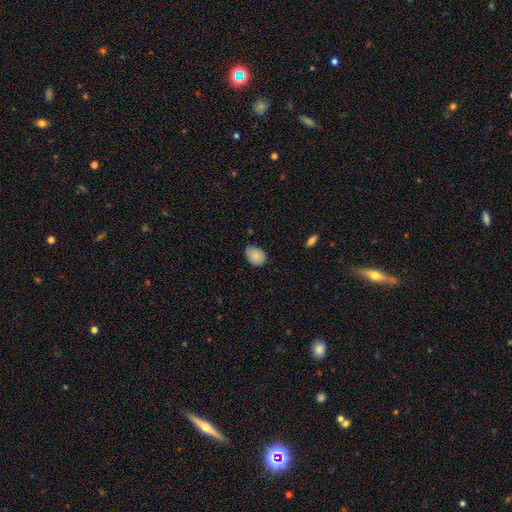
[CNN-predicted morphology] Q: Smooth or featured?
A: smooth (85%); runner-up: star or artifact (8%)
Q: How rounded?
A: in between (67%); runner-up: round (32%)
Q: Merging?
A: none (72%); runner-up: minor disturbance (24%)